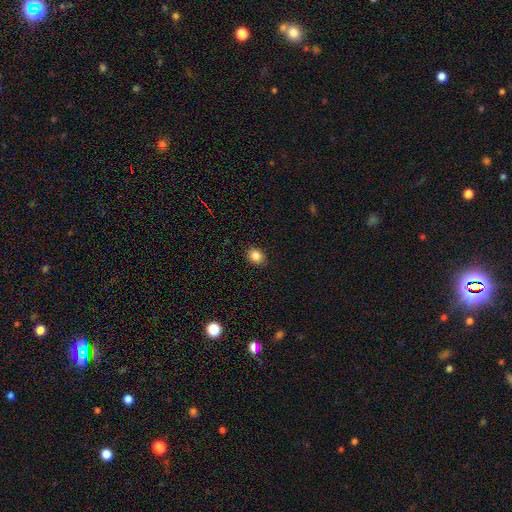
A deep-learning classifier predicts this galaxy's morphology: A smooth galaxy with no disk features (85%) that is round (64%).

Vote fractions:
- Smooth or featured? smooth: 85% / star or artifact: 10% / featured or disk: 5%
- How rounded? round: 64% / in between: 35% / cigar-shaped: 1%
- Merging? none: 90% / minor disturbance: 7% / major disturbance: 2% / merger: 1%